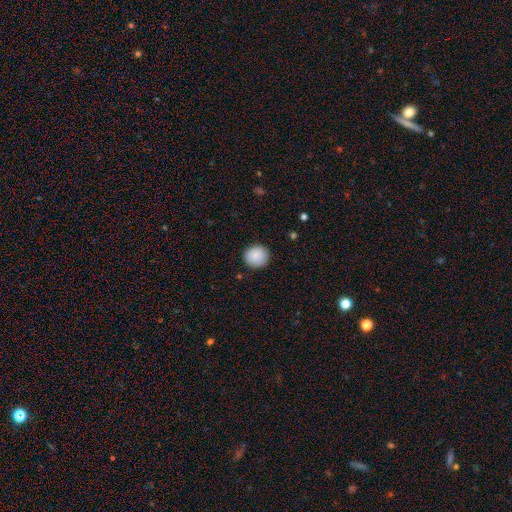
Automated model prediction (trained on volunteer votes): Smooth or featured? Predicted: smooth (p=0.89). How rounded? Predicted: round (p=0.91). Merging? Predicted: none (p=0.90).